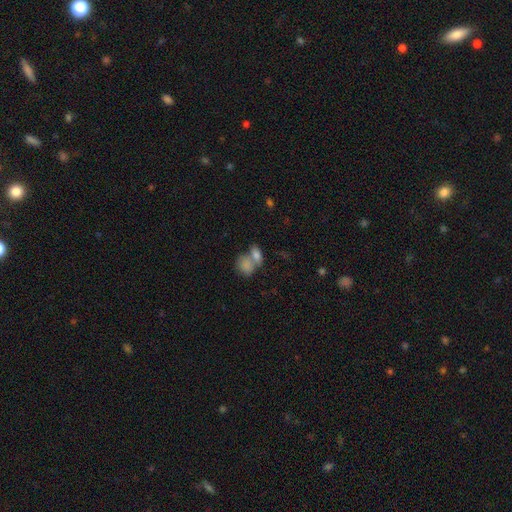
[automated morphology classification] Q: Smooth or featured?
A: smooth (79%); runner-up: featured or disk (12%)
Q: How rounded?
A: in between (74%); runner-up: round (22%)
Q: Merging?
A: merger (59%); runner-up: none (28%)